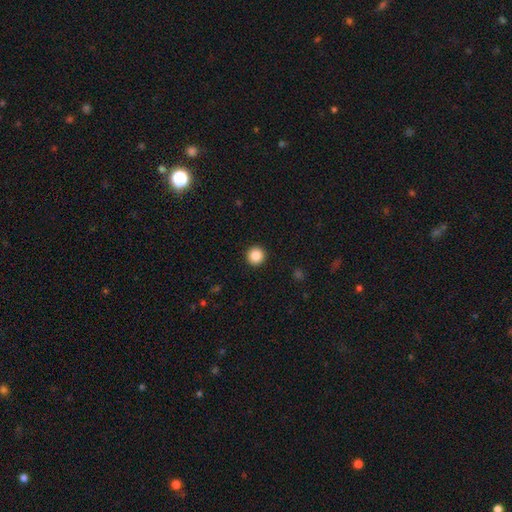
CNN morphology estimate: Smooth or featured: smooth — 87% (star or artifact — 9%)
How rounded: round — 96% (in between — 3%)
Merging: none — 93% (minor disturbance — 4%)